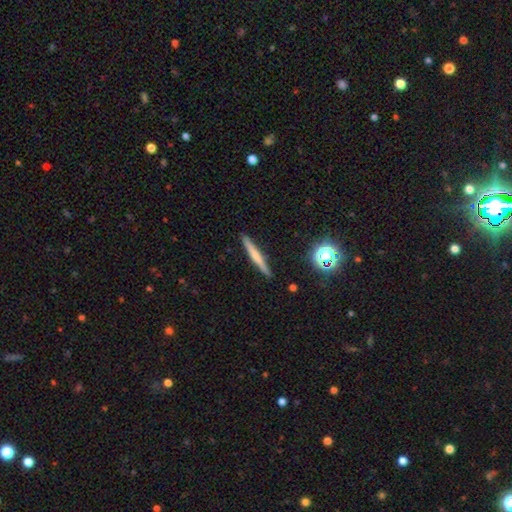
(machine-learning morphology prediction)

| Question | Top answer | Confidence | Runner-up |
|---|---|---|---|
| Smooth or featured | smooth | 50% | featured or disk (41%) |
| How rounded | cigar-shaped | 95% | in between (3%) |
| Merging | none | 90% | minor disturbance (7%) |